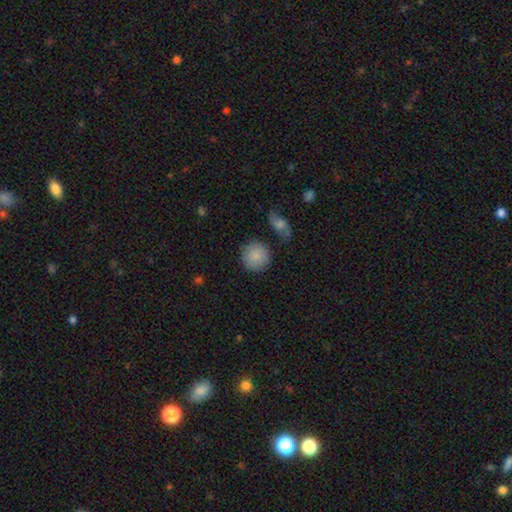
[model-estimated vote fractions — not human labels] This appears to be a smooth galaxy with no disk features (87%) that is round (92%). Merging: none (82%).